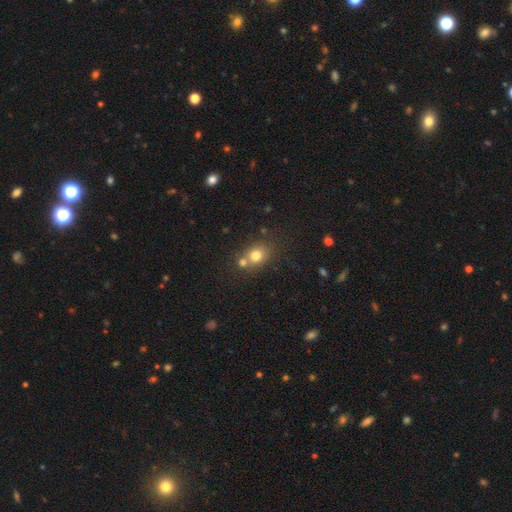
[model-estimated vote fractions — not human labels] Smooth or featured: smooth — 75% (star or artifact — 13%)
How rounded: round — 62% (in between — 37%)
Merging: none — 54% (merger — 32%)